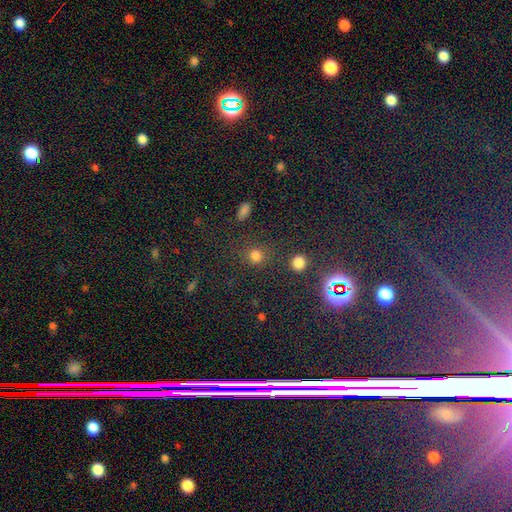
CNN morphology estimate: Overall: smooth (71%). How rounded: round (86%). Merging: none (80%).